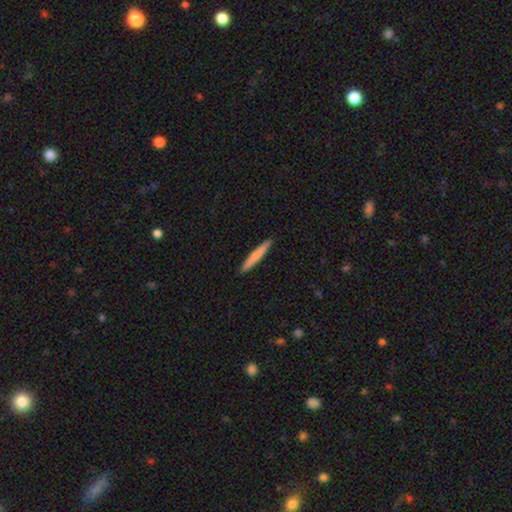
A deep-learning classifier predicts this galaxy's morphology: Overall: smooth (73%). How rounded: cigar-shaped (96%). Merging: none (91%).